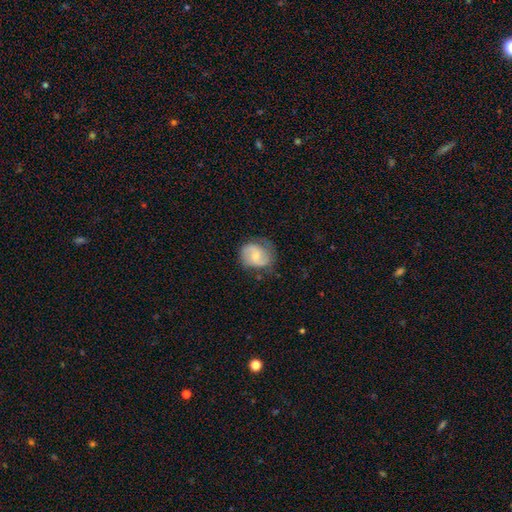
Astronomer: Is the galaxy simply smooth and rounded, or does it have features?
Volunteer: featured or disk — 67%.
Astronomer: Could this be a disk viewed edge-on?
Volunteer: no — 100%.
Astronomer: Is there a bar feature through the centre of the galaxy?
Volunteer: weak — 50%, tied with no at 50%.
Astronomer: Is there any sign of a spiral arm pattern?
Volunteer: yes — 85%.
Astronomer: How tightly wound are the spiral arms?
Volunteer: medium — 64%.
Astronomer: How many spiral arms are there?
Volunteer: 2 — 100%.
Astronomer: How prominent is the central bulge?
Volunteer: small — 62%.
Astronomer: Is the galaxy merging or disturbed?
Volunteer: none — 73%.